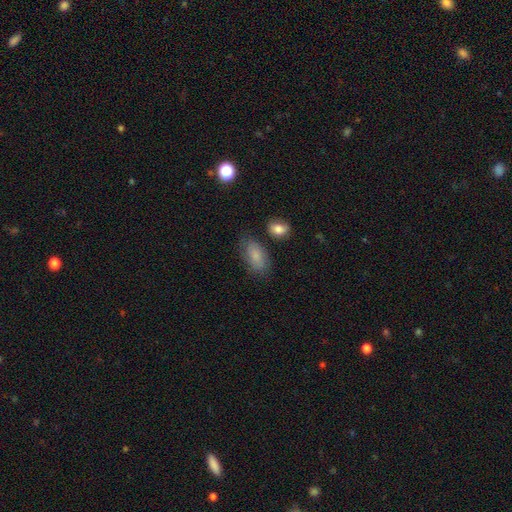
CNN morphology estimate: This is clearly a smooth galaxy (81%). How rounded: clearly in between (92%). Merging: likely none (70%).